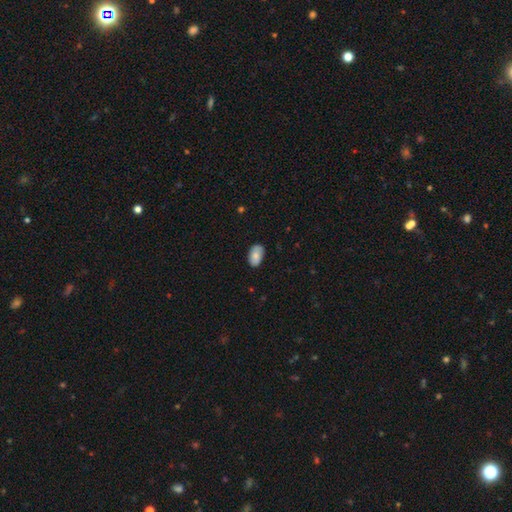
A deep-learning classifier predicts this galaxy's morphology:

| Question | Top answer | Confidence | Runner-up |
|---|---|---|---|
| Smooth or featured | smooth | 79% | featured or disk (14%) |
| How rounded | in between | 93% | round (6%) |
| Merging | none | 82% | minor disturbance (15%) |